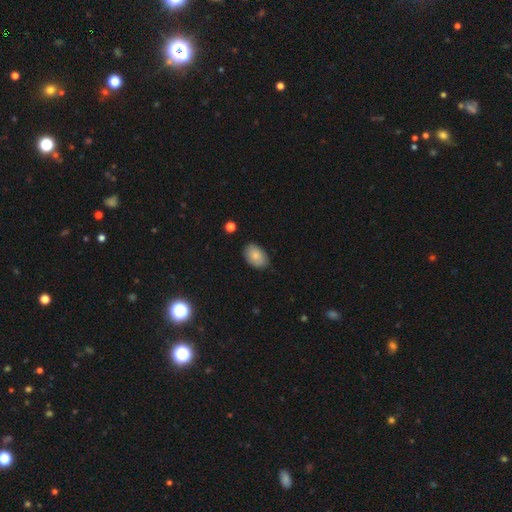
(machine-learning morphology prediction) Overall: smooth (80%). How rounded: in between (89%). Merging: none (81%).